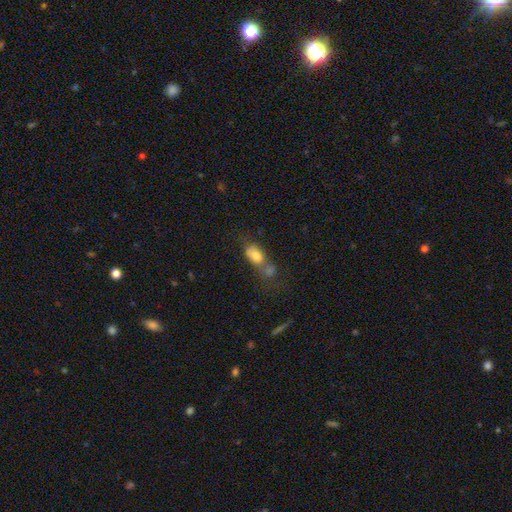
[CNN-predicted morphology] type=smooth (76%); roundness=in between (81%); merging=merger (48%).